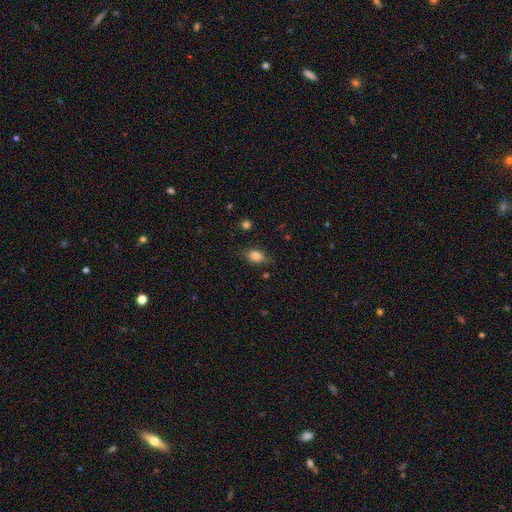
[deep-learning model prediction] Smooth or featured? smooth (77%)
How rounded? in between (75%)
Merging? none (73%)